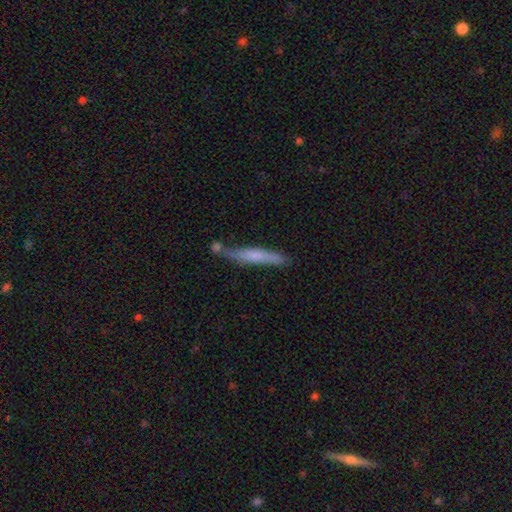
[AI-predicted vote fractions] Q: Smooth or featured?
A: smooth (55%); runner-up: featured or disk (38%)
Q: How rounded?
A: cigar-shaped (93%); runner-up: in between (5%)
Q: Merging?
A: none (63%); runner-up: minor disturbance (18%)